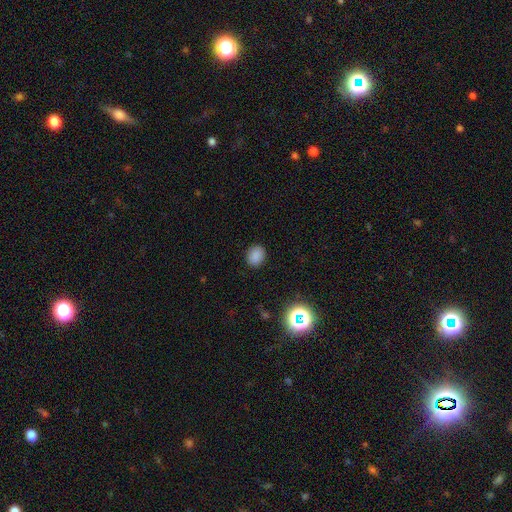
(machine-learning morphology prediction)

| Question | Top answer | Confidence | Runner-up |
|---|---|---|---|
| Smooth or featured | smooth | 84% | star or artifact (13%) |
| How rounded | round | 52% | in between (47%) |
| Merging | none | 88% | minor disturbance (9%) |